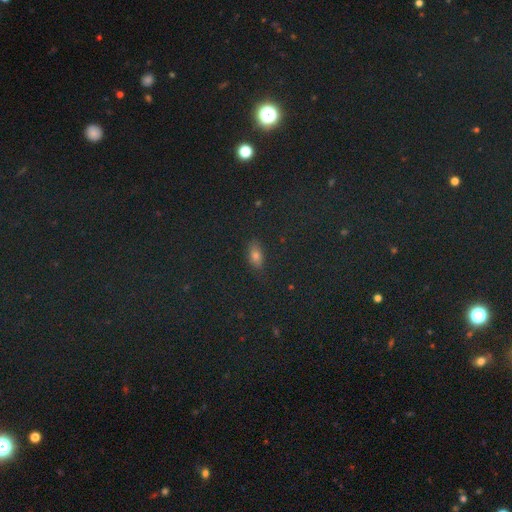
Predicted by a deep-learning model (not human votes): Morphology: type=smooth (72%); roundness=in between (84%); merging=none (85%).